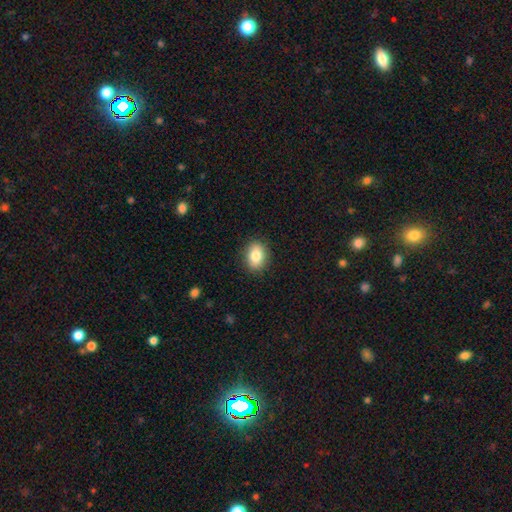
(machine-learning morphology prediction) smooth_or_featured: smooth (p=0.83) [alt: featured or disk p=0.09]
how_rounded: in between (p=0.69) [alt: round p=0.30]
merging: none (p=0.88) [alt: minor disturbance p=0.09]